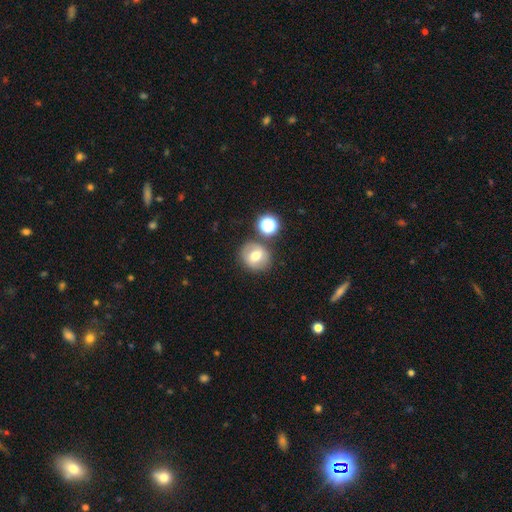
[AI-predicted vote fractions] Morphology: type=smooth (64%); roundness=round (81%); merging=none (75%).